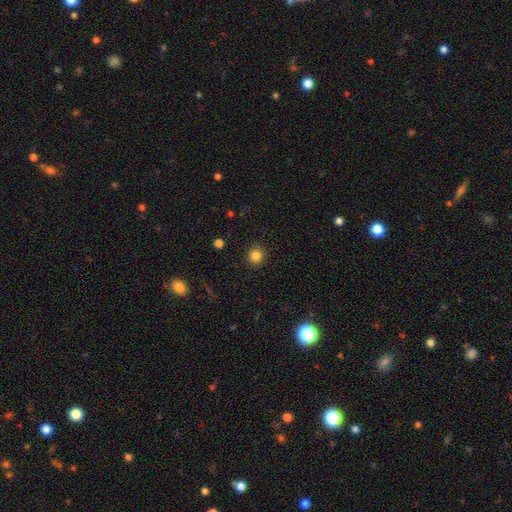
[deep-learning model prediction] smooth 83%, star or artifact 13%, featured or disk 4%. Down the decision tree: how rounded — round (94%); merging — none (92%).